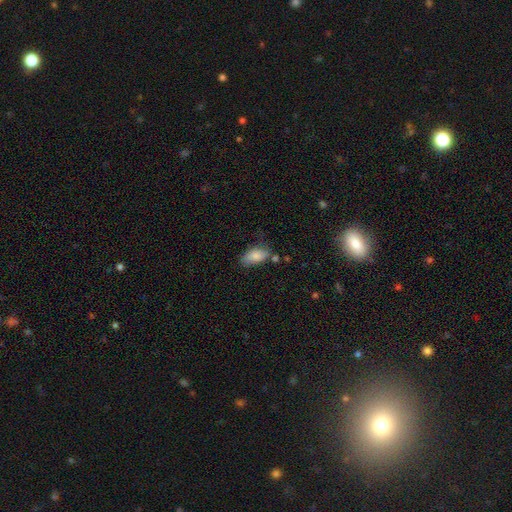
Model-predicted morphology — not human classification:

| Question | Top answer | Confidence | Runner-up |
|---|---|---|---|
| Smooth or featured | smooth | 83% | featured or disk (10%) |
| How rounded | in between | 92% | cigar-shaped (5%) |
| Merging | none | 58% | minor disturbance (27%) |